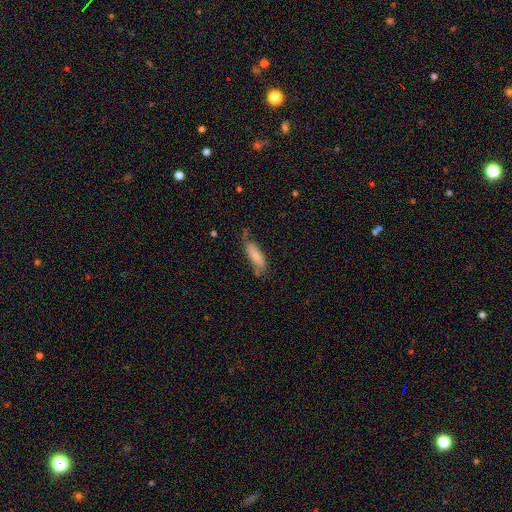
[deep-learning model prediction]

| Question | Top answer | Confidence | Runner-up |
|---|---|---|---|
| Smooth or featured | smooth | 76% | featured or disk (18%) |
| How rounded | in between | 52% | cigar-shaped (46%) |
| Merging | none | 49% | minor disturbance (33%) |